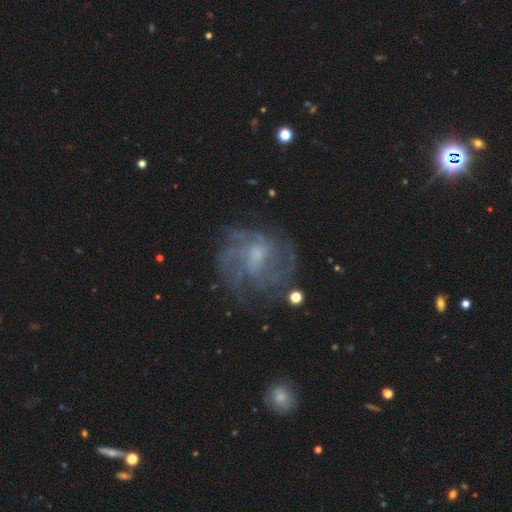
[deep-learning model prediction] Smooth or featured?
  - featured or disk: 76% *
  - smooth: 14%
  - star or artifact: 10%
Edge-on disk?
  - no: 98% *
  - yes: 2%
Bar?
  - no: 53% *
  - weak: 41%
  - strong: 6%
Spiral arms?
  - yes: 82% *
  - no: 18%
Spiral winding?
  - medium: 42% *
  - tight: 38%
  - loose: 20%
Spiral arm count?
  - can't tell: 41% *
  - 3: 19%
  - 4: 15%
  - 2: 13%
  - more than 4: 6%
  - 1: 6%
Bulge size?
  - small: 39% *
  - moderate: 36%
  - none: 20%
  - large: 4%
  - dominant: 1%
Merging?
  - none: 64% *
  - minor disturbance: 17%
  - major disturbance: 16%
  - merger: 2%